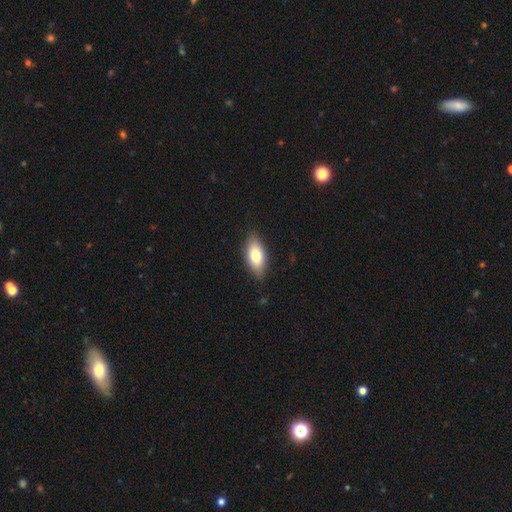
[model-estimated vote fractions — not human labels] This is likely a smooth galaxy (75%). How rounded: clearly in between (86%). Merging: clearly none (85%).